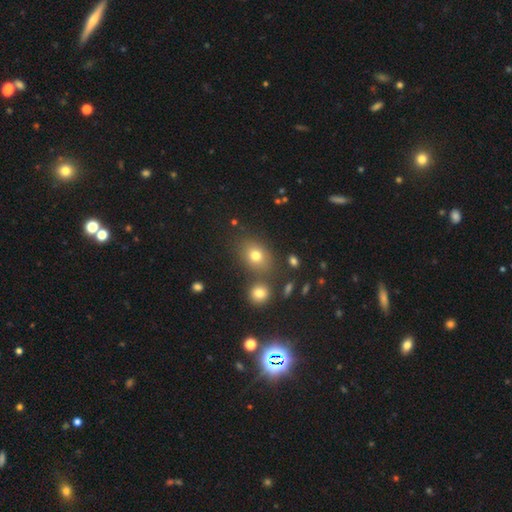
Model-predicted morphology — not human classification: smooth 74%, star or artifact 15%, featured or disk 11%. Down the decision tree: how rounded — in between (54%); merging — none (73%).